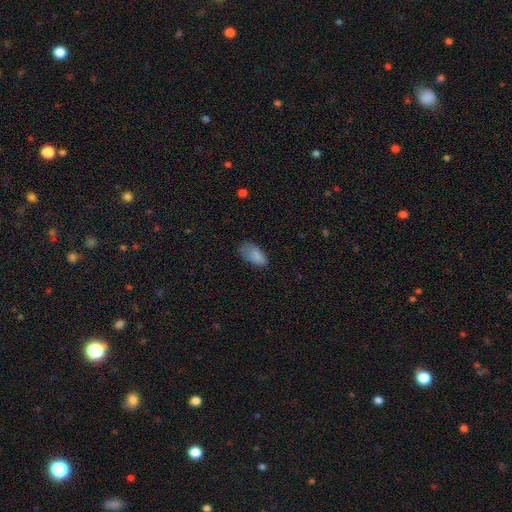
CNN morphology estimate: Smooth or featured? Predicted: smooth (p=0.84). How rounded? Predicted: in between (p=0.93). Merging? Predicted: none (p=0.57).